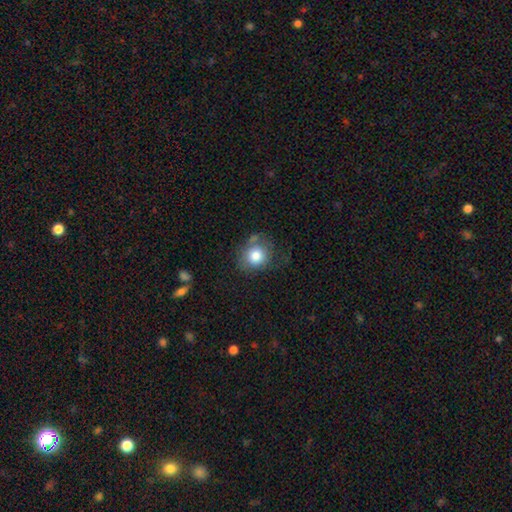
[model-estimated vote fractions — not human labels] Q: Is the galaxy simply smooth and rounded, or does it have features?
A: smooth — 80%.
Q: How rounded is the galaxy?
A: round — 79%.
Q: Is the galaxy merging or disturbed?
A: none — 62%.